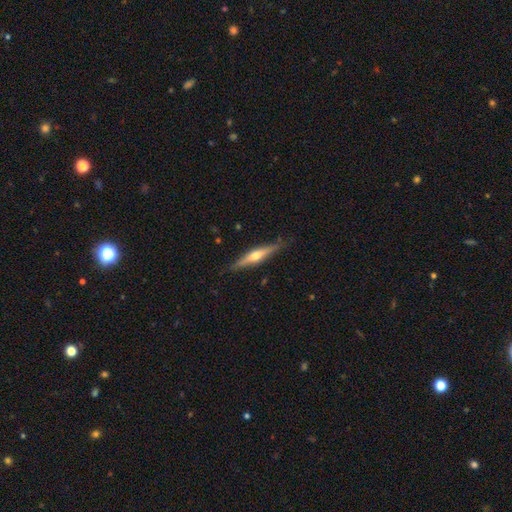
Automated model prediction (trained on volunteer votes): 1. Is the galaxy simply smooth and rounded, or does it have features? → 63% featured or disk, 31% smooth, 6% star or artifact.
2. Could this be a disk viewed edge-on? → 96% yes, 4% no.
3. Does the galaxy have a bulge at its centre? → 88% rounded, 7% none, 5% boxy.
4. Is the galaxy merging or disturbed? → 87% none, 10% minor disturbance, 2% major disturbance, 1% merger.